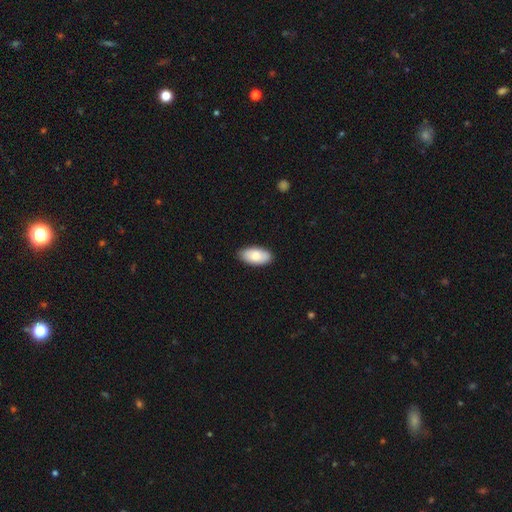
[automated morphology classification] type=smooth (82%); roundness=in between (94%); merging=none (87%).